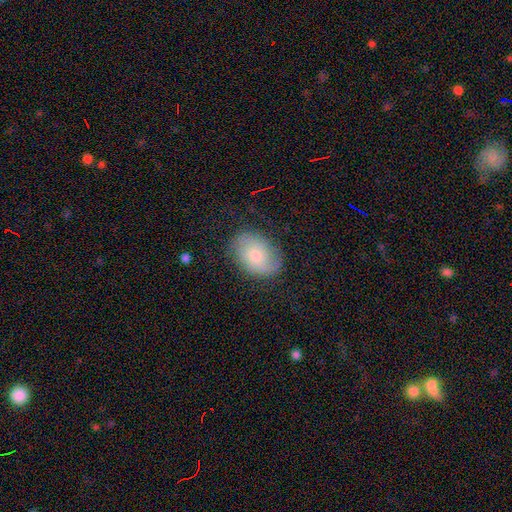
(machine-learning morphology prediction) smooth-or-featured: smooth: 57% | featured or disk: 35% | star or artifact: 8%
  how-rounded: in between: 77% | round: 22% | cigar-shaped: 1%
  merging: none: 76% | minor disturbance: 17% | major disturbance: 6% | merger: 1%